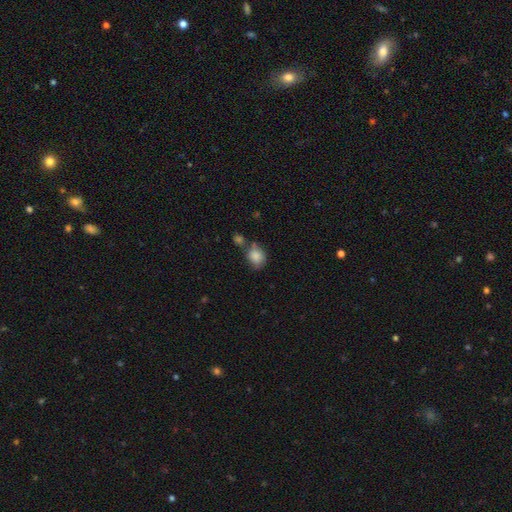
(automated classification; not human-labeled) A smooth galaxy with no disk features (85%) that is round (61%). Merging: none (49%).